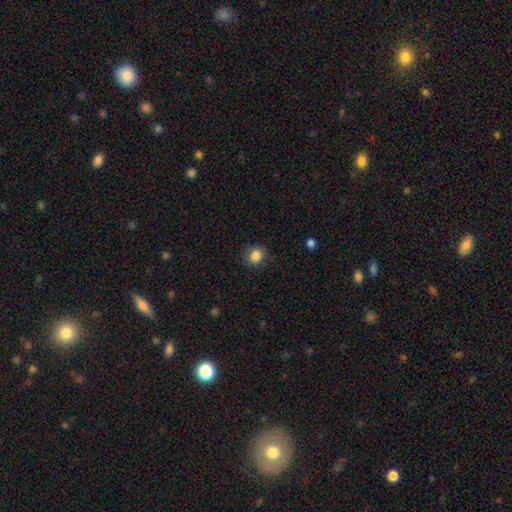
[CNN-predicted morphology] Q: Smooth or featured?
A: smooth (85%); runner-up: star or artifact (10%)
Q: How rounded?
A: round (69%); runner-up: in between (31%)
Q: Merging?
A: none (83%); runner-up: minor disturbance (13%)